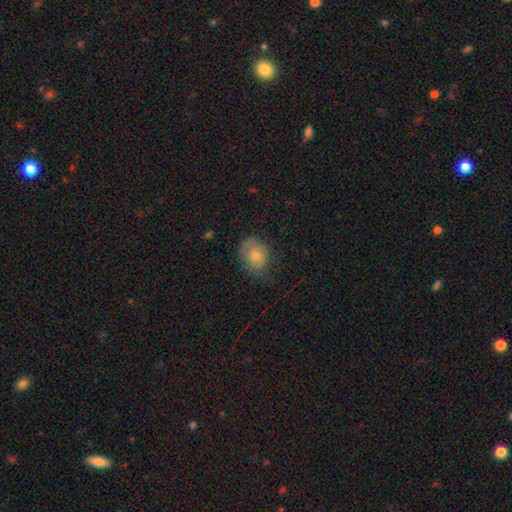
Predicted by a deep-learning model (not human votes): A smooth galaxy with no disk features (74%) that is in between round and cigar-shaped (51%). Merging: none (57%).